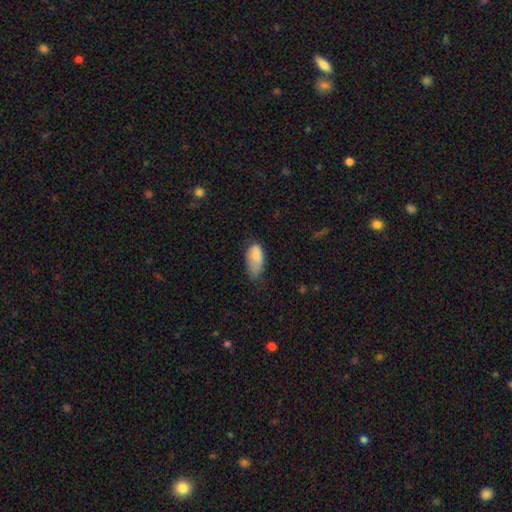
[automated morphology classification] Q: Smooth or featured?
A: smooth (81%); runner-up: featured or disk (11%)
Q: How rounded?
A: in between (93%); runner-up: cigar-shaped (4%)
Q: Merging?
A: minor disturbance (44%); runner-up: none (36%)